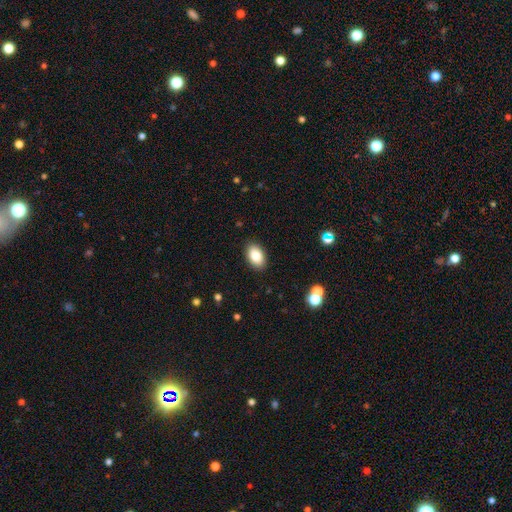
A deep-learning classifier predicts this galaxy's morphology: Overall: smooth (85%). How rounded: in between (92%). Merging: none (89%).